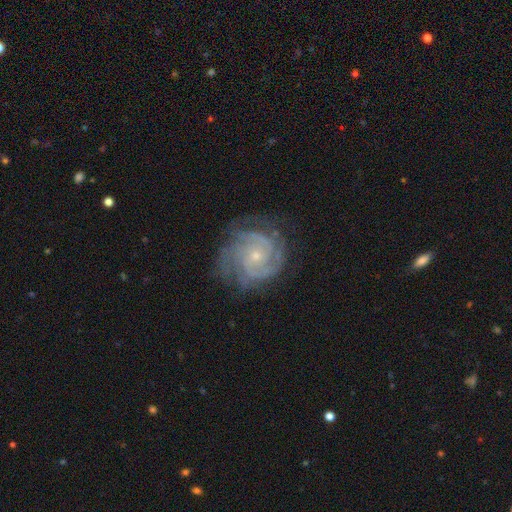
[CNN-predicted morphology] A featured or disk galaxy (88%) with no bar (75%), 3 (32%) tight (69%) spiral arms (98%) and a small central bulge (77%).

Vote fractions:
- Smooth or featured? featured or disk: 88% / smooth: 6% / star or artifact: 6%
- Edge-on disk? no: 98% / yes: 2%
- Bar? no: 75% / weak: 21% / strong: 4%
- Spiral arms? yes: 98% / no: 2%
- Spiral winding? tight: 69% / medium: 27% / loose: 4%
- Spiral arm count? 3: 32% / 2: 22% / can't tell: 19% / 4: 15% / more than 4: 6% / 1: 6%
- Bulge size? small: 77% / moderate: 20% / none: 2% / large: 1% / dominant: 1%
- Merging? none: 73% / minor disturbance: 18% / major disturbance: 8% / merger: 1%